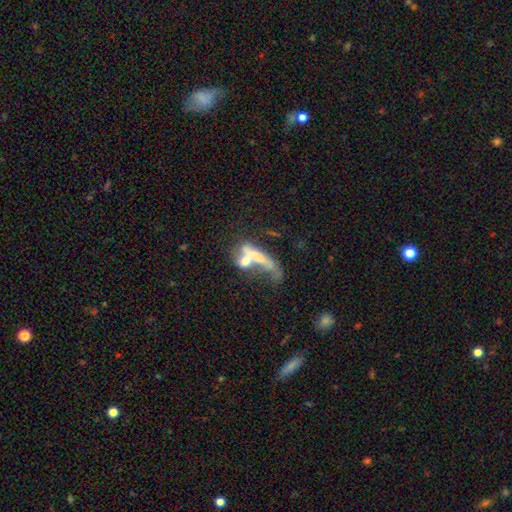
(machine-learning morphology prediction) Smooth or featured? featured or disk (46%)
Merging? merger (51%)